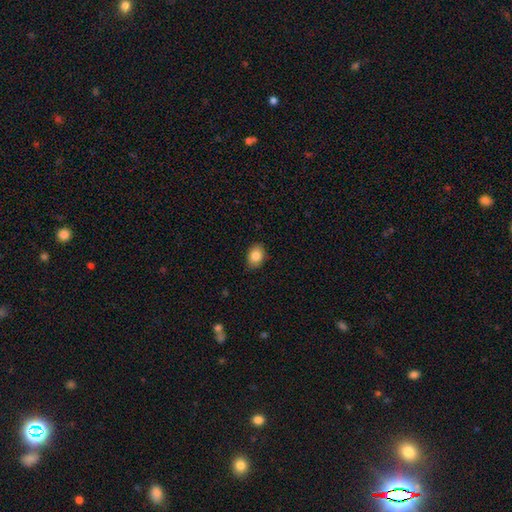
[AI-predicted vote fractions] smooth_or_featured: smooth (p=0.85) [alt: star or artifact p=0.08]
how_rounded: in between (p=0.69) [alt: round p=0.30]
merging: none (p=0.85) [alt: minor disturbance p=0.12]